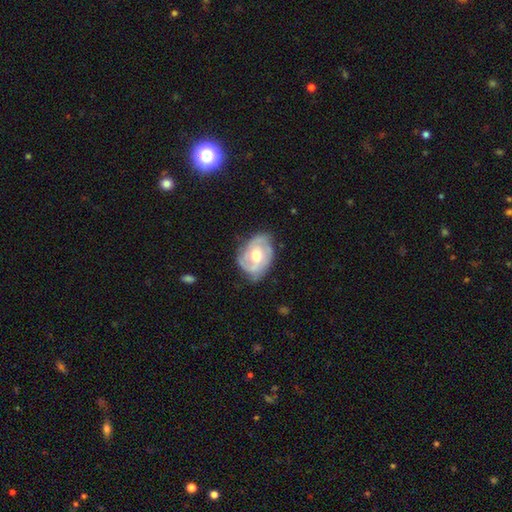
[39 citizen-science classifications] This is likely a featured or disk galaxy (72%). It is clearly not viewed edge-on (93%). Bar: likely no (65%). Spiral arm pattern: clearly yes (92%). Spiral arm count: marginally 3 (38%). Spiral winding: likely tight (67%). Central bulge: possibly moderate (58%). Merging: possibly none (54%).